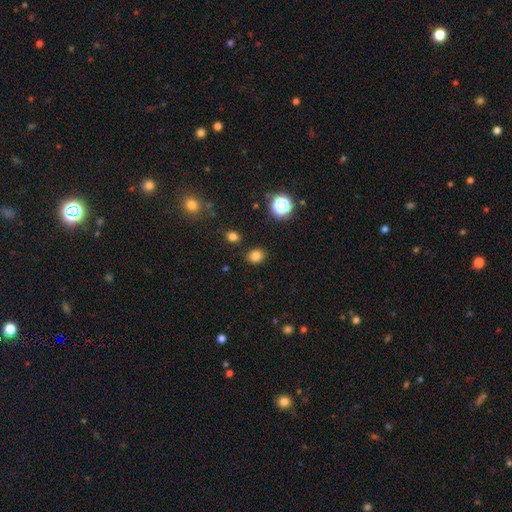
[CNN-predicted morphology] A smooth galaxy with no disk features (80%) that is round (57%). Merging: none (86%).